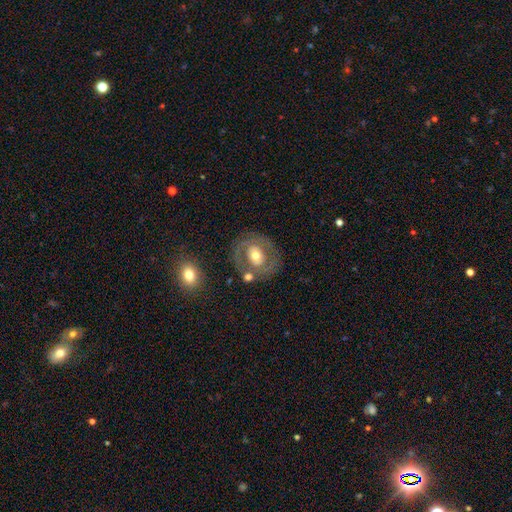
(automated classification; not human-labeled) featured or disk 55%, smooth 38%, star or artifact 8%. Down the decision tree: edge-on disk — no (95%); bar — no (74%); spiral arms — no (71%); bulge size — moderate (69%); merging — none (69%).